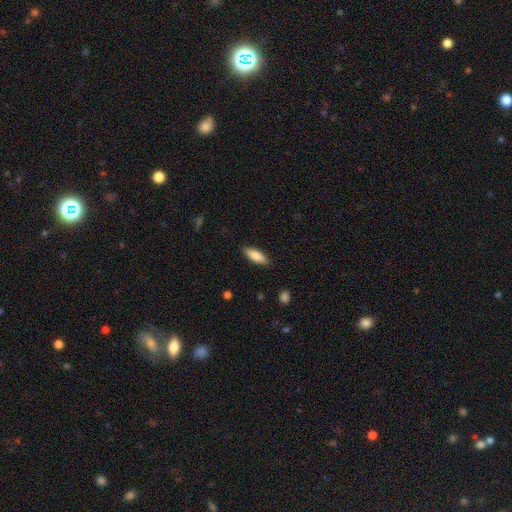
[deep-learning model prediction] Smooth or featured? smooth (84%)
How rounded? in between (64%)
Merging? none (88%)